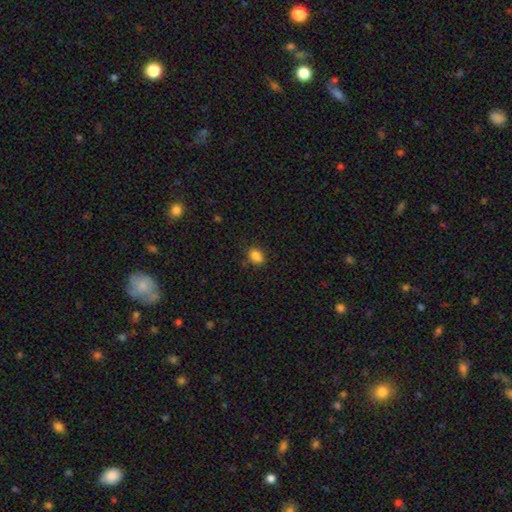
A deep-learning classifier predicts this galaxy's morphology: This appears to be a smooth galaxy with no disk features (84%) that is in between round and cigar-shaped (58%). Merging: none (74%).